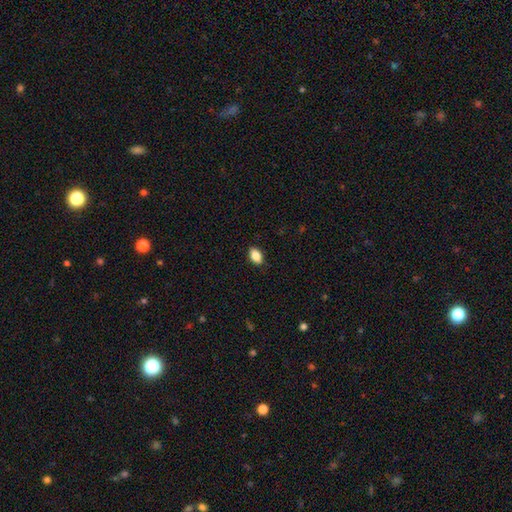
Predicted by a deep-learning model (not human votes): Morphology: type=smooth (86%); roundness=in between (89%); merging=none (87%).